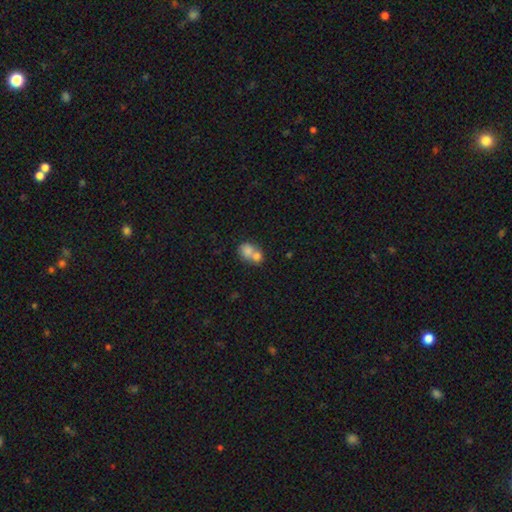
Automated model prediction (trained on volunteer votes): smooth-or-featured: smooth: 75% | featured or disk: 16% | star or artifact: 9%
  how-rounded: round: 61% | in between: 38% | cigar-shaped: 1%
  merging: merger: 66% | none: 25% | minor disturbance: 6% | major disturbance: 3%